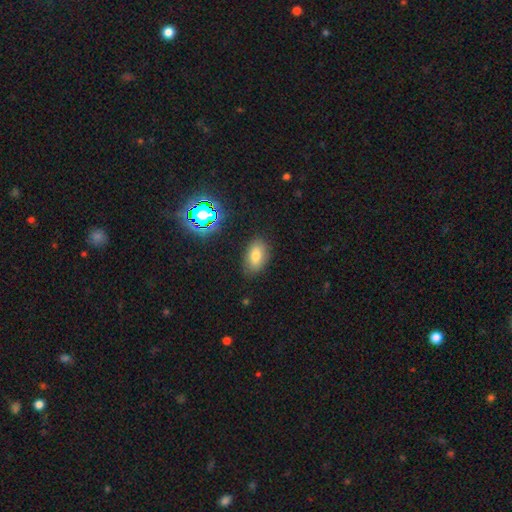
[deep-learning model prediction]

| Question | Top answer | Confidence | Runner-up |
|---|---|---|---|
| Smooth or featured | smooth | 73% | star or artifact (13%) |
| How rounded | in between | 89% | round (9%) |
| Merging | none | 83% | minor disturbance (12%) |